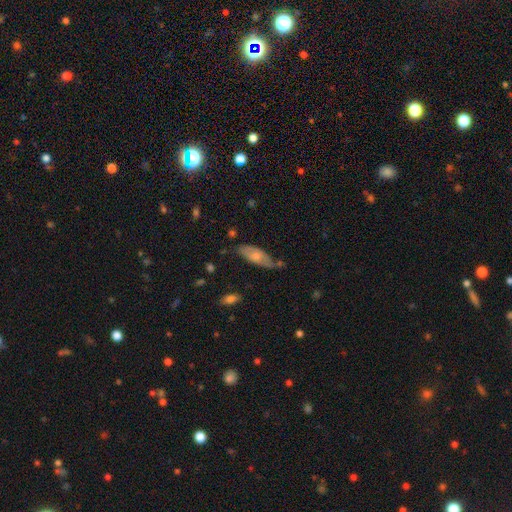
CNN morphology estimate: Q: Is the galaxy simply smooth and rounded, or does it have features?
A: smooth — 60%.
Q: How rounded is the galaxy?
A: in between — 73%.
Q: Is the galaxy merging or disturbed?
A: none — 52%.